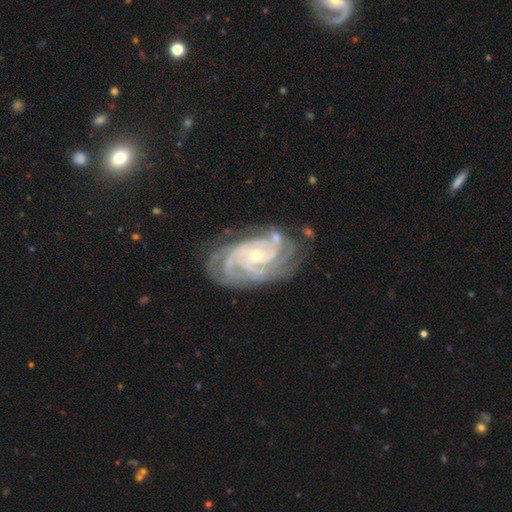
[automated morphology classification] Smooth or featured?
  - featured or disk: 92% *
  - star or artifact: 5%
  - smooth: 4%
Edge-on disk?
  - no: 97% *
  - yes: 3%
Bar?
  - no: 62% *
  - weak: 28%
  - strong: 10%
Spiral arms?
  - yes: 98% *
  - no: 2%
Spiral winding?
  - tight: 74% *
  - medium: 23%
  - loose: 3%
Spiral arm count?
  - 4: 38% *
  - 3: 21%
  - can't tell: 14%
  - more than 4: 12%
  - 2: 9%
  - 1: 6%
Bulge size?
  - small: 73% *
  - moderate: 24%
  - none: 1%
  - large: 1%
  - dominant: 1%
Merging?
  - none: 73% *
  - minor disturbance: 18%
  - major disturbance: 6%
  - merger: 3%